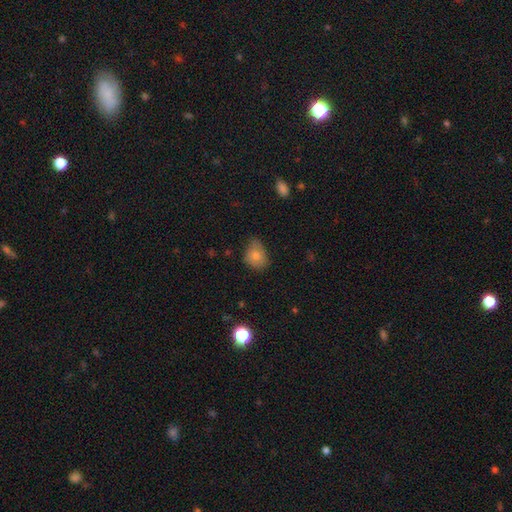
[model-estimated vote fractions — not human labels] smooth-or-featured: smooth: 77% | featured or disk: 13% | star or artifact: 10%
  how-rounded: in between: 55% | round: 44% | cigar-shaped: 1%
  merging: none: 51% | minor disturbance: 37% | major disturbance: 9% | merger: 2%